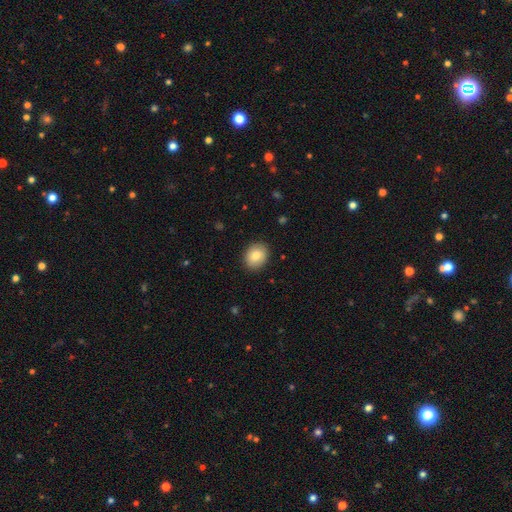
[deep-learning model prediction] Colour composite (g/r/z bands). It shows a smooth galaxy with no disk features (83%) that is round (53%). Merging: none (89%).